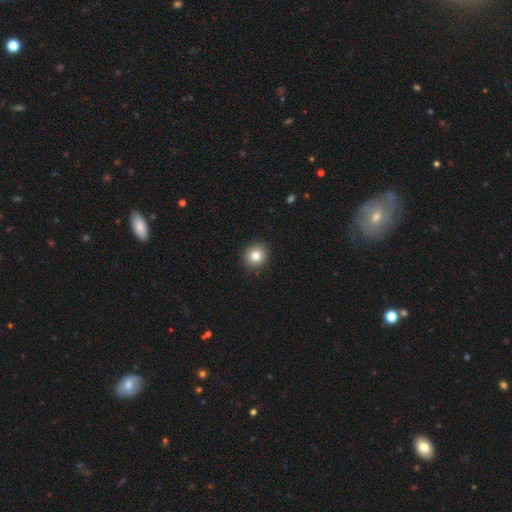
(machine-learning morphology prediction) Smooth or featured?
  - smooth: 81% *
  - star or artifact: 11%
  - featured or disk: 9%
How rounded?
  - round: 89% *
  - in between: 10%
  - cigar-shaped: 1%
Merging?
  - none: 92% *
  - minor disturbance: 6%
  - major disturbance: 2%
  - merger: 1%